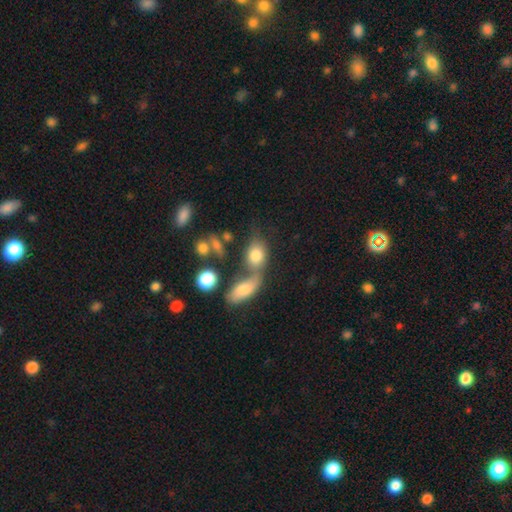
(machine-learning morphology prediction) Q: Smooth or featured?
A: smooth (77%); runner-up: featured or disk (14%)
Q: How rounded?
A: in between (71%); runner-up: round (25%)
Q: Merging?
A: merger (48%); runner-up: none (32%)